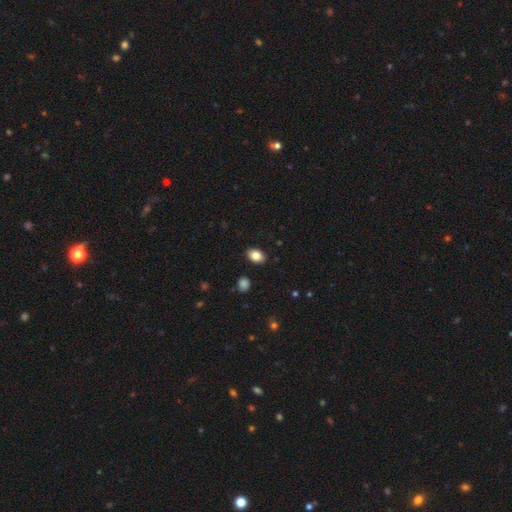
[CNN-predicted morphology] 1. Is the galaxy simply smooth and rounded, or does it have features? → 84% smooth, 9% star or artifact, 7% featured or disk.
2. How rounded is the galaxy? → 78% in between, 21% round, 1% cigar-shaped.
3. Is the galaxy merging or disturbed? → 88% none, 8% minor disturbance, 2% major disturbance, 2% merger.